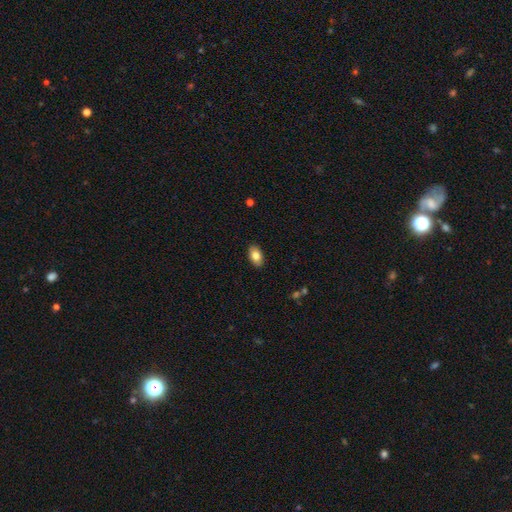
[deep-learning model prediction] A smooth galaxy with no disk features (81%) that is in between round and cigar-shaped (91%). Merging: none (88%).